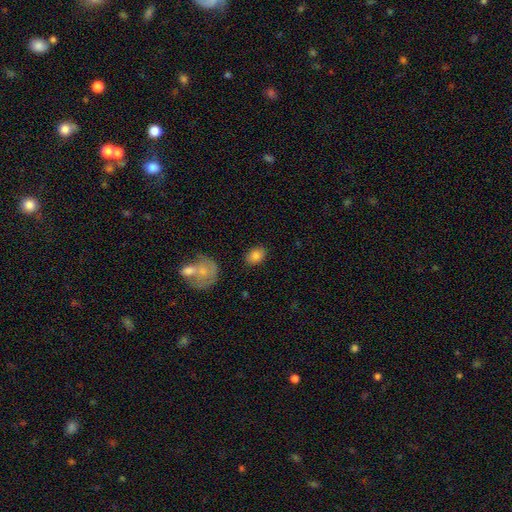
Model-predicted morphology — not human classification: Q: Smooth or featured?
A: smooth (84%); runner-up: featured or disk (8%)
Q: How rounded?
A: in between (75%); runner-up: round (24%)
Q: Merging?
A: none (83%); runner-up: minor disturbance (10%)